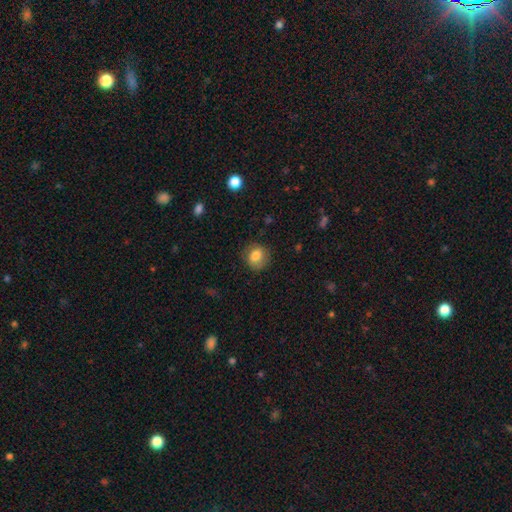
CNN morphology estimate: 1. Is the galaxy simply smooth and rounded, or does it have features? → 80% smooth, 11% featured or disk, 9% star or artifact.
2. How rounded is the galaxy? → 72% round, 27% in between, 1% cigar-shaped.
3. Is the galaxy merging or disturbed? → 80% none, 14% minor disturbance, 4% major disturbance, 1% merger.